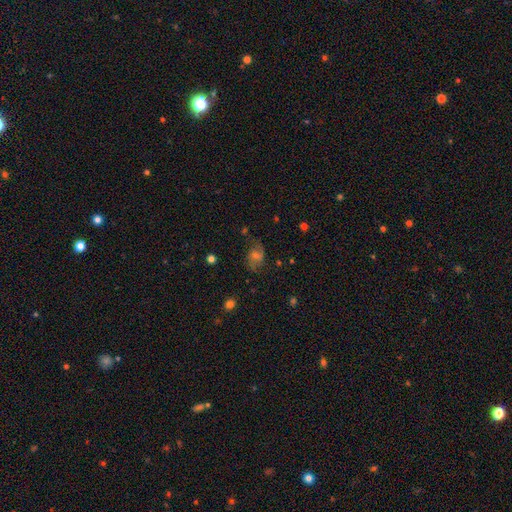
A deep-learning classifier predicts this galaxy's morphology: A featured or disk galaxy (58%) with no bar (52%), spiral arms (85%) and a small central bulge (48%).

Vote fractions:
- Smooth or featured? featured or disk: 58% / smooth: 25% / star or artifact: 16%
- Edge-on disk? no: 96% / yes: 4%
- Bar? no: 52% / weak: 39% / strong: 9%
- Spiral arms? yes: 85% / no: 15%
- Bulge size? small: 48% / moderate: 41% / none: 6% / large: 4% / dominant: 1%
- Merging? none: 67% / minor disturbance: 19% / major disturbance: 12% / merger: 2%